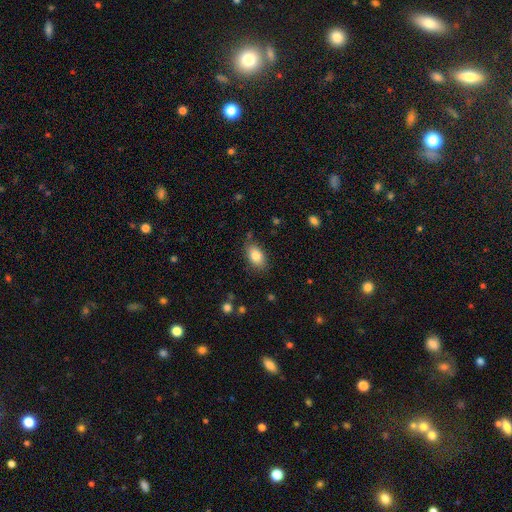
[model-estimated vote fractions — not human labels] A smooth galaxy with no disk features (84%) that is in between round and cigar-shaped (91%). Merging: none (79%).